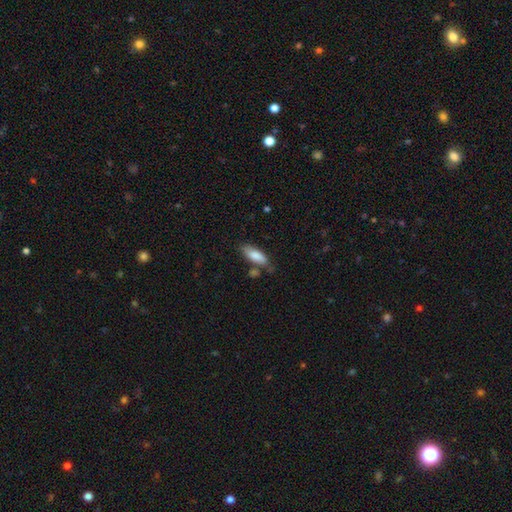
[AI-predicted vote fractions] Morphology: type=smooth (82%); roundness=in between (68%); merging=none (65%).